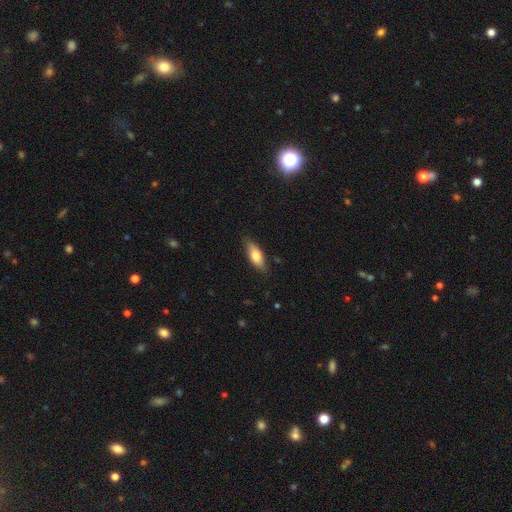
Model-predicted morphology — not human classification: Q: Smooth or featured?
A: smooth (72%); runner-up: featured or disk (22%)
Q: How rounded?
A: in between (71%); runner-up: cigar-shaped (26%)
Q: Merging?
A: none (82%); runner-up: minor disturbance (14%)